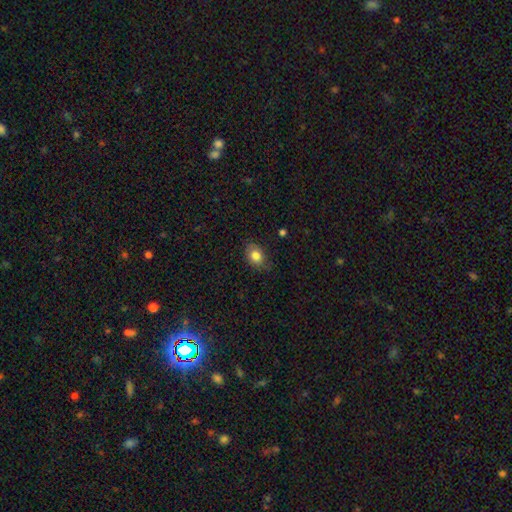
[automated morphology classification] smooth 81%, featured or disk 10%, star or artifact 9%. Down the decision tree: how rounded — in between (73%); merging — none (75%).